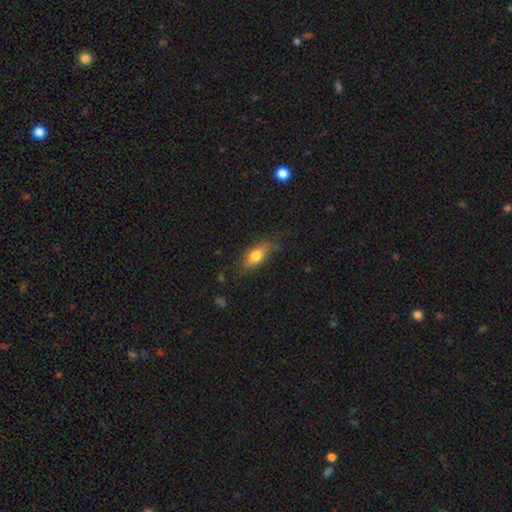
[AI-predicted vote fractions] Overall: smooth (73%). How rounded: in between (75%). Merging: none (70%).